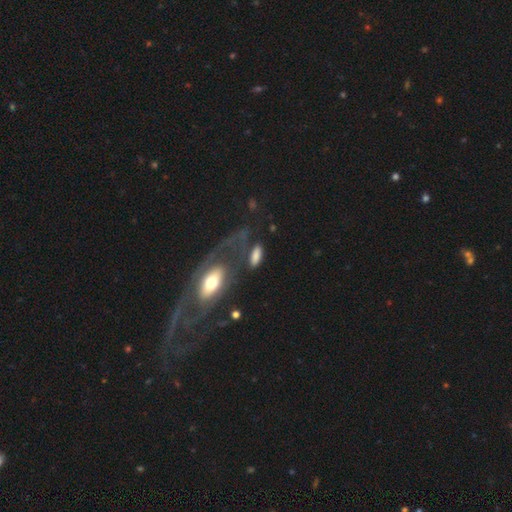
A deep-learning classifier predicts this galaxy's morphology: smooth-or-featured: smooth: 72% | featured or disk: 20% | star or artifact: 8%
  how-rounded: in between: 78% | cigar-shaped: 17% | round: 5%
  merging: none: 54% | minor disturbance: 17% | major disturbance: 15% | merger: 14%